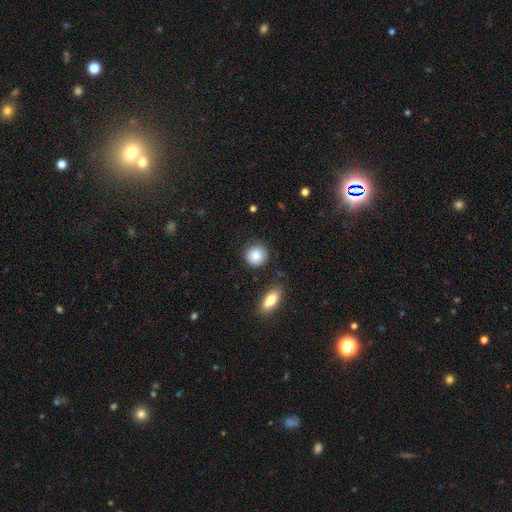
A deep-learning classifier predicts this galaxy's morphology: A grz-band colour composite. It shows a smooth galaxy with no disk features (84%) that is round (89%). Merging: none (83%).